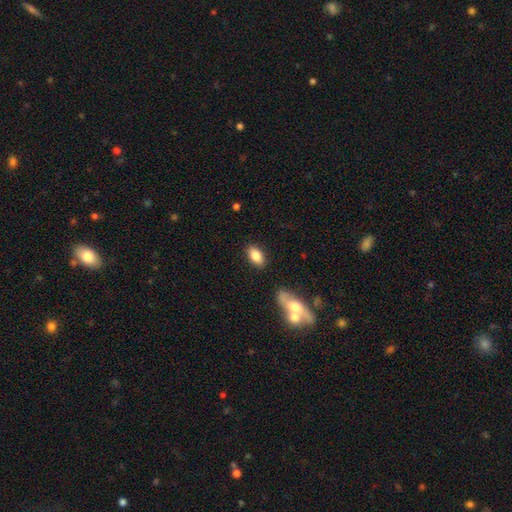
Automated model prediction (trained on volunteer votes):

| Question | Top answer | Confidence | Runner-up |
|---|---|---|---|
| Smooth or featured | smooth | 83% | featured or disk (9%) |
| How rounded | in between | 91% | round (6%) |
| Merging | none | 85% | minor disturbance (10%) |